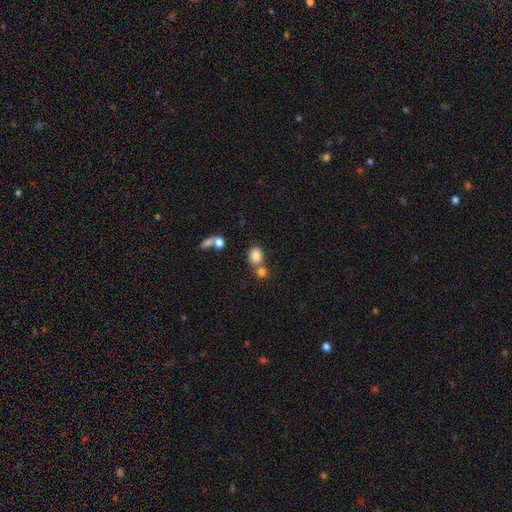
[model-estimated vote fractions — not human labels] This appears to be a smooth galaxy with no disk features (82%) that is round (57%). Merging: none (50%).